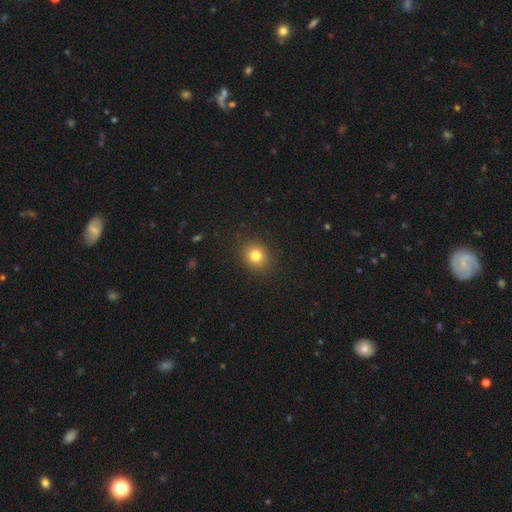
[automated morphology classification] The model was most divided on "how rounded": round: 78%, in between: 22%, cigar-shaped: 1%. More confident: merging — none (90%); smooth or featured — smooth (81%).